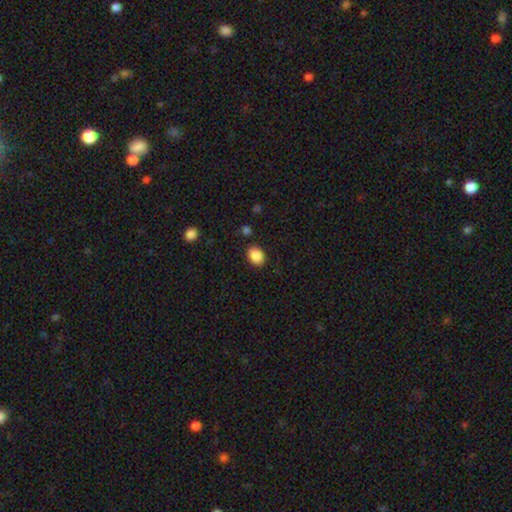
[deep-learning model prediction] smooth-or-featured: smooth: 88% | star or artifact: 8% | featured or disk: 4%
  how-rounded: in between: 72% | round: 27% | cigar-shaped: 1%
  merging: none: 85% | minor disturbance: 10% | major disturbance: 3% | merger: 2%